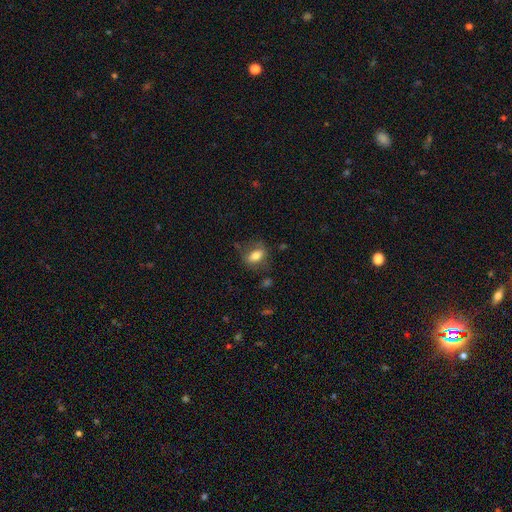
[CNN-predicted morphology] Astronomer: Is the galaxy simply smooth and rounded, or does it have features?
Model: smooth — 73%.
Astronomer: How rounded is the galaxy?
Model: in between — 82%.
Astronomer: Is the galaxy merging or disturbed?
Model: none — 70%.